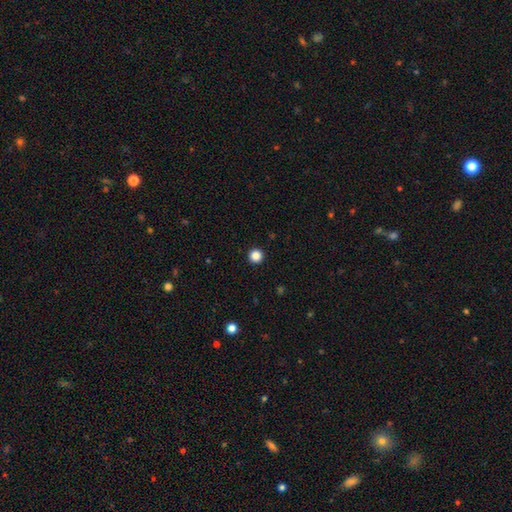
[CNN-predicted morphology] Smooth or featured? smooth (86%)
How rounded? round (97%)
Merging? none (94%)